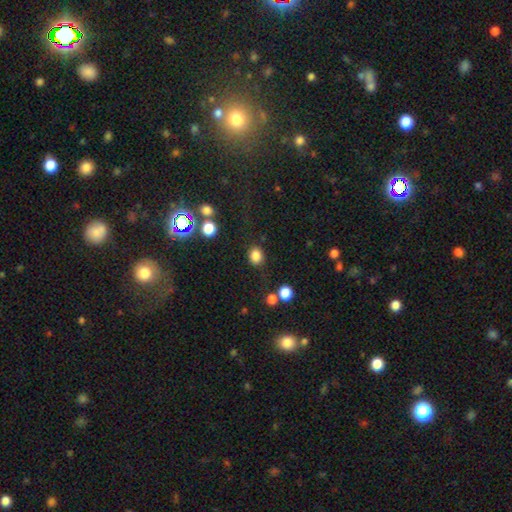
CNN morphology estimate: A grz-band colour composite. It shows a smooth galaxy with no disk features (83%) that is round (62%). Merging: none (82%).